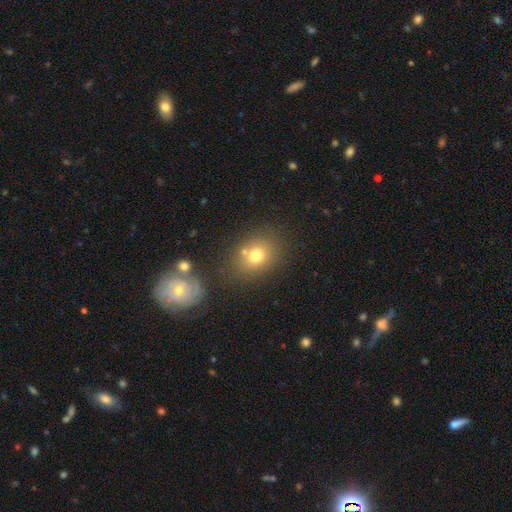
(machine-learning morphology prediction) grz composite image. It shows a smooth galaxy with no disk features (73%) that is in between round and cigar-shaped (51%). Merging: none (66%).